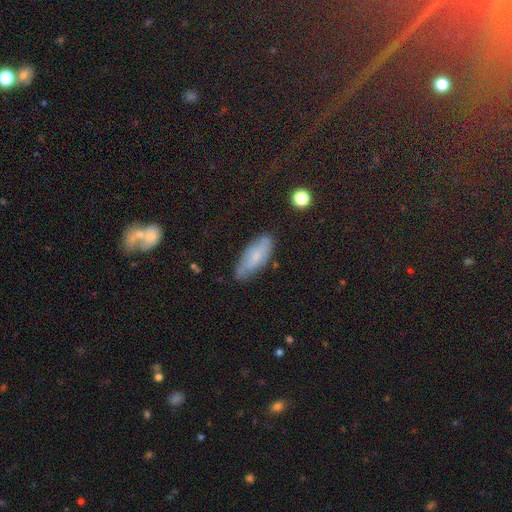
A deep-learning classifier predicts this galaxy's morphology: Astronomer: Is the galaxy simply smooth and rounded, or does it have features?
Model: smooth — 59%.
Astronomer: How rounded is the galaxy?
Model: in between — 72%.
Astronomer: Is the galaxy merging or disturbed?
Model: none — 72%.